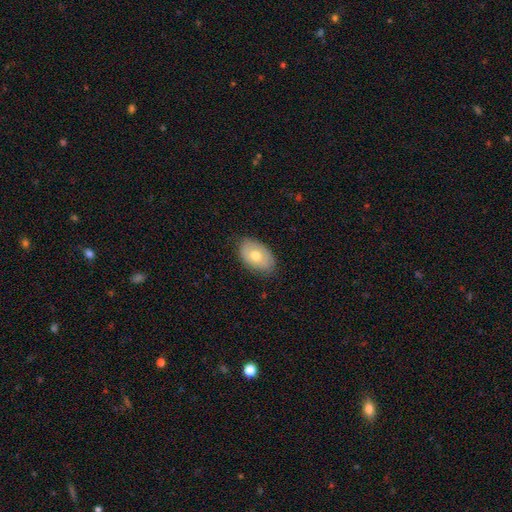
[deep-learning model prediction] smooth_or_featured: smooth (p=0.69) [alt: featured or disk p=0.24]
how_rounded: in between (p=0.90) [alt: round p=0.09]
merging: none (p=0.81) [alt: minor disturbance p=0.16]